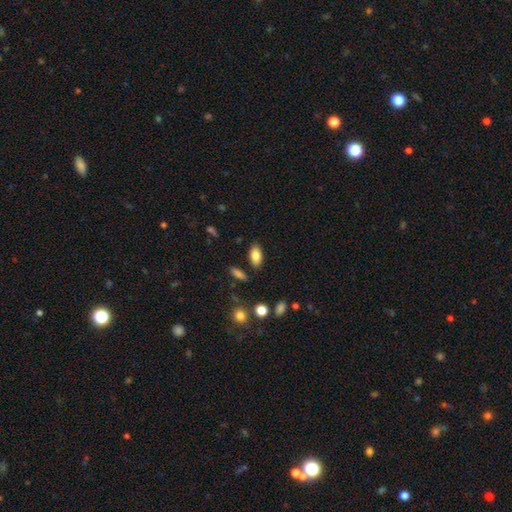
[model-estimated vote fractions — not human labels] Q: Smooth or featured?
A: smooth (83%); runner-up: featured or disk (9%)
Q: How rounded?
A: in between (91%); runner-up: cigar-shaped (5%)
Q: Merging?
A: none (84%); runner-up: minor disturbance (10%)